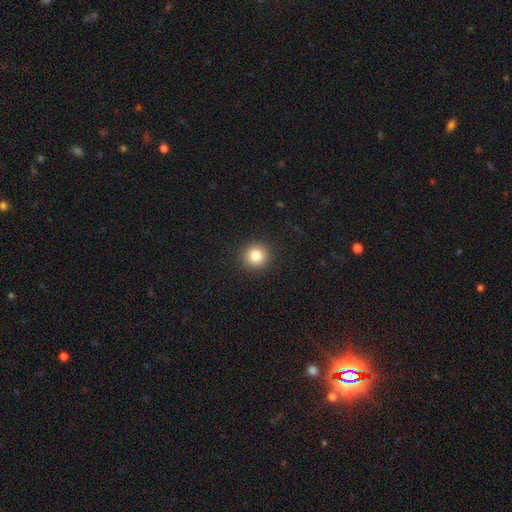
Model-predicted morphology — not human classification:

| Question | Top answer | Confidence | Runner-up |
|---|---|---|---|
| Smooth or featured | smooth | 83% | star or artifact (11%) |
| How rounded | round | 94% | in between (5%) |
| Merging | none | 92% | minor disturbance (5%) |